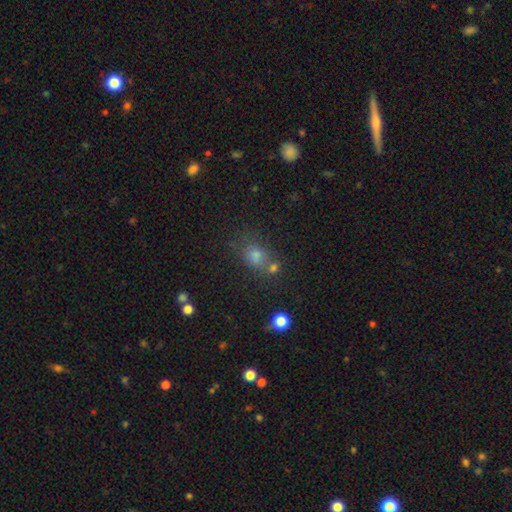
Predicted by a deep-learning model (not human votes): Overall: smooth (68%). How rounded: round (52%; in between 46%). Merging: none (59%; merger 22%).